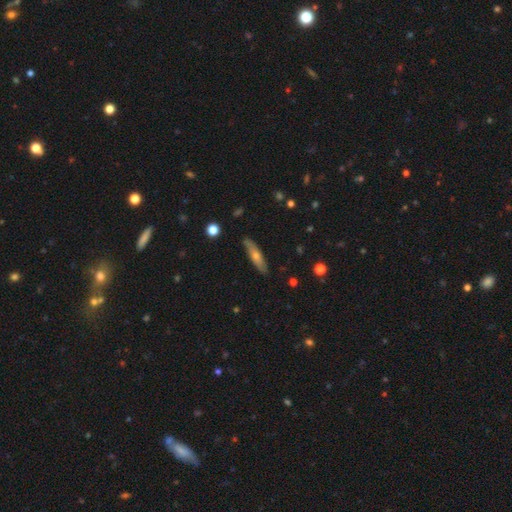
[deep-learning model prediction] The model was most divided on "smooth or featured": featured or disk: 47%, smooth: 46%, star or artifact: 7%. More confident: merging — none (83%).